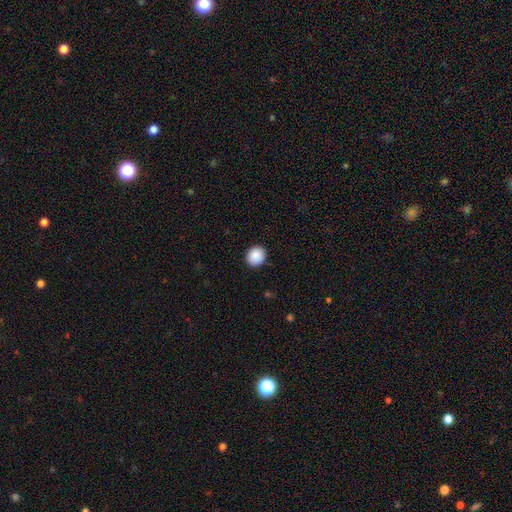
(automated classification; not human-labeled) smooth-or-featured: smooth: 90% | star or artifact: 8% | featured or disk: 2%
  how-rounded: round: 77% | in between: 22% | cigar-shaped: 1%
  merging: none: 91% | minor disturbance: 7% | major disturbance: 2% | merger: 1%